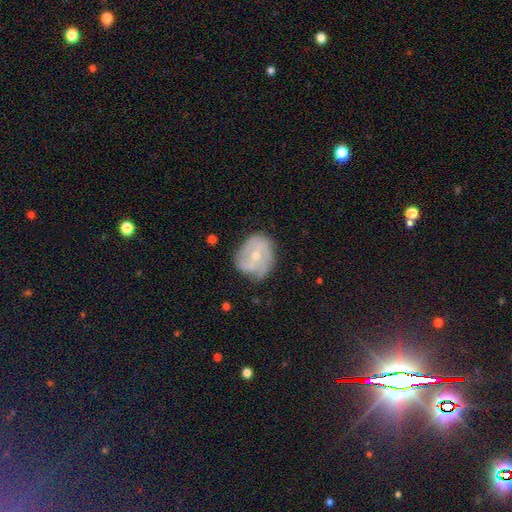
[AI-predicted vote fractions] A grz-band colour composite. It shows a featured or disk galaxy (66%) with no bar (69%), spiral arms (75%) and a small central bulge (53%). Merging: none (60%).